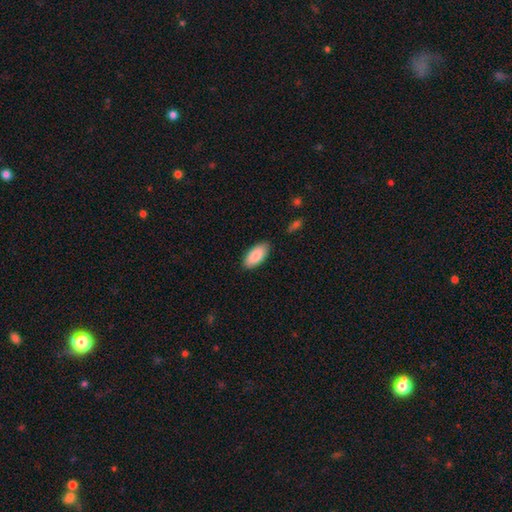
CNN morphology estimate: smooth 88%, featured or disk 7%, star or artifact 6%. Down the decision tree: how rounded — in between (90%); merging — none (85%).